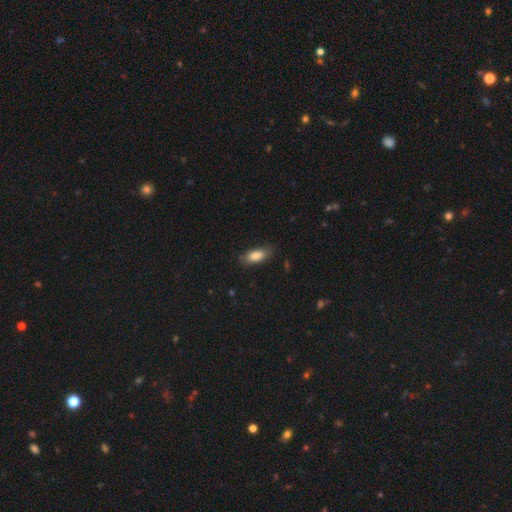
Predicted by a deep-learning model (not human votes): Overall: smooth (85%). How rounded: in between (84%). Merging: none (76%).